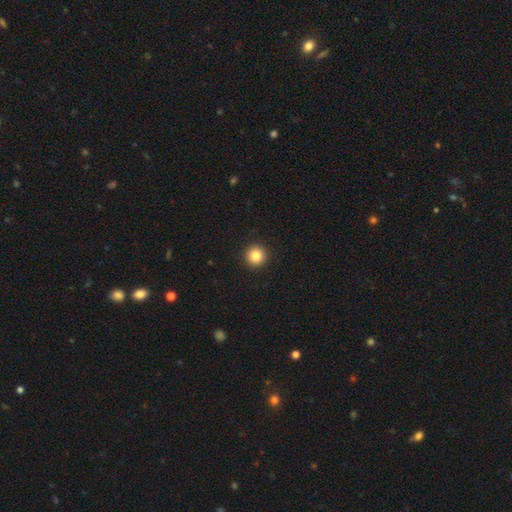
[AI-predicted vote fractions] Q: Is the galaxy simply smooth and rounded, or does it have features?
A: smooth — 84%.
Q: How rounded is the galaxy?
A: round — 96%.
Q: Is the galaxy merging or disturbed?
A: none — 94%.